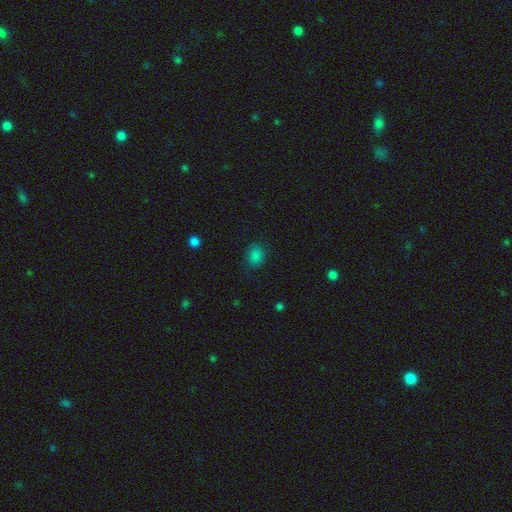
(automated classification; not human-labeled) The model was most divided on "how rounded": in between: 56%, round: 43%, cigar-shaped: 1%. More confident: smooth or featured — smooth (83%); merging — none (83%).